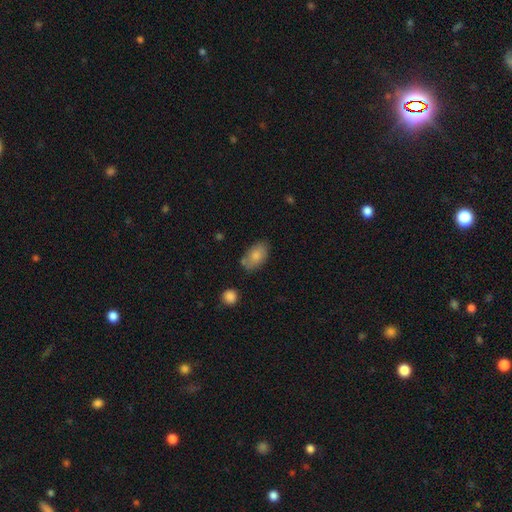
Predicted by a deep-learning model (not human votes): Smooth or featured? smooth (81%)
How rounded? in between (91%)
Merging? none (68%)